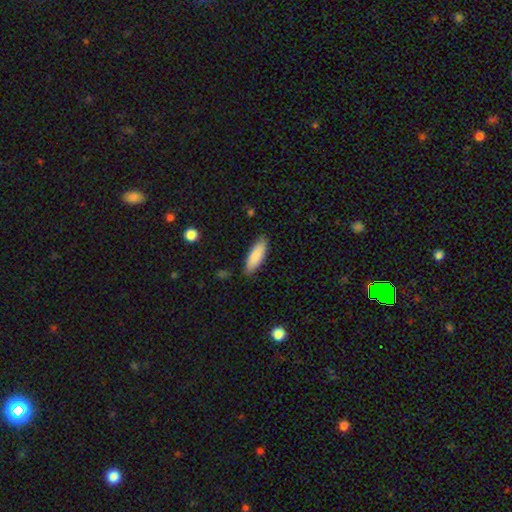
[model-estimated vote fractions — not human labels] This is clearly a smooth galaxy (87%). How rounded: possibly in between (56%). Merging: clearly none (85%).